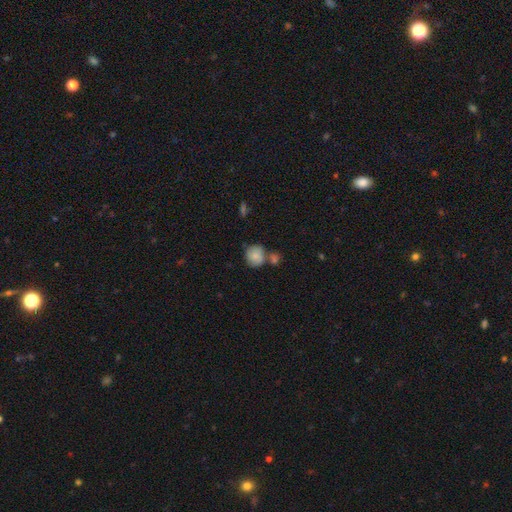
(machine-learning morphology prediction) The model was most divided on "merging": none: 50%, merger: 29%, minor disturbance: 16%, major disturbance: 5%. More confident: how rounded — round (83%); smooth or featured — smooth (79%).